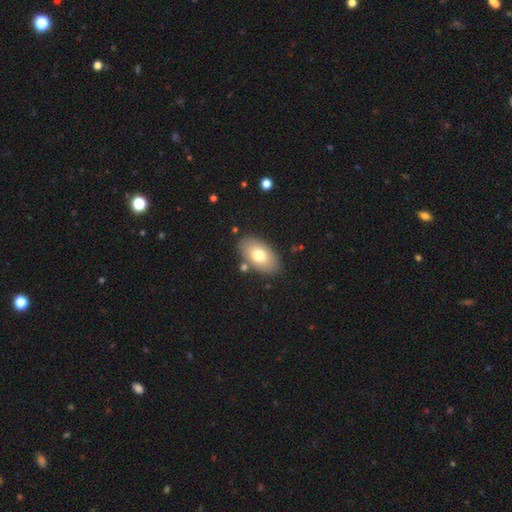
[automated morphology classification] The model was most divided on "smooth or featured": smooth: 72%, featured or disk: 21%, star or artifact: 7%. More confident: how rounded — in between (93%); merging — none (82%).